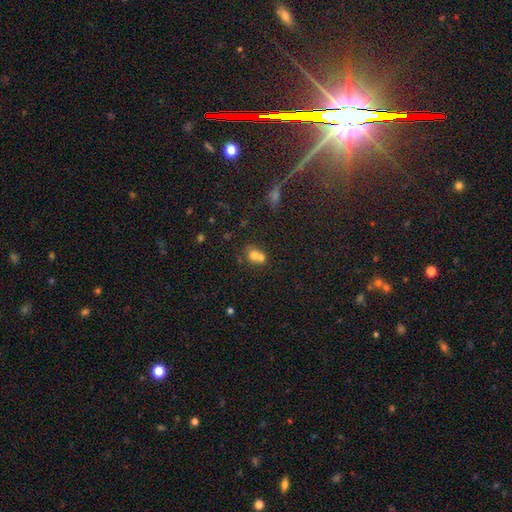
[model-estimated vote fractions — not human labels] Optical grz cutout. It shows a smooth galaxy with no disk features (66%) that is round (68%). Merging: merger (62%).